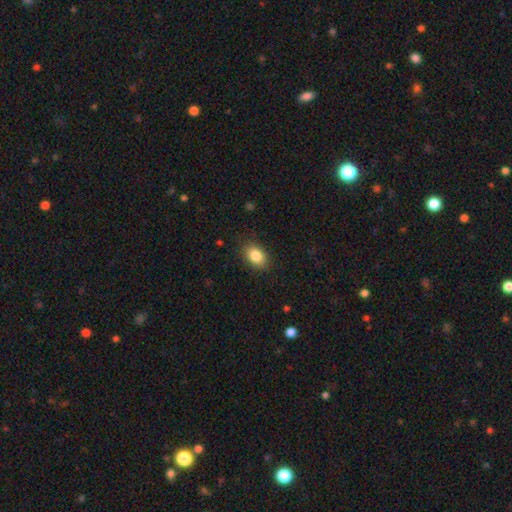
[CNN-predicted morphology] This is clearly a smooth galaxy (85%). How rounded: clearly in between (81%). Merging: clearly none (87%).